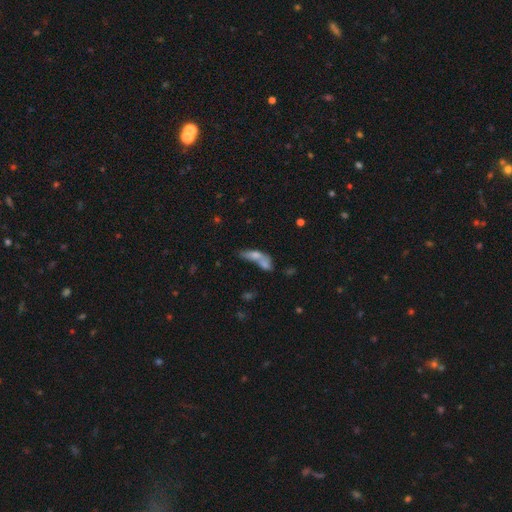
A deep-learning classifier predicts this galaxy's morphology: A smooth galaxy with no disk features (64%) that is in between round and cigar-shaped (58%).

Vote fractions:
- Smooth or featured? smooth: 64% / featured or disk: 25% / star or artifact: 11%
- How rounded? in between: 58% / cigar-shaped: 35% / round: 7%
- Merging? merger: 64% / none: 20% / minor disturbance: 8% / major disturbance: 7%